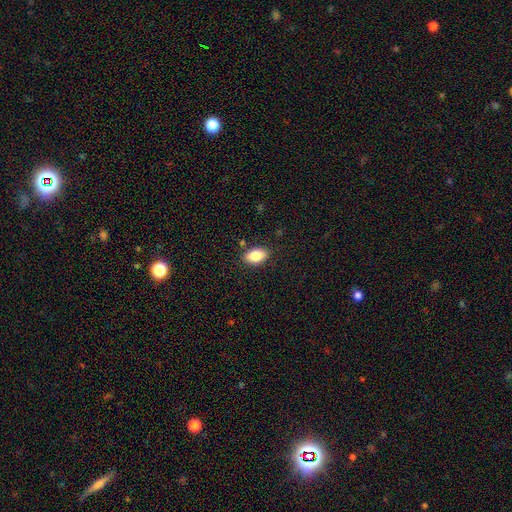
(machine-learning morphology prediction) A smooth galaxy with no disk features (82%) that is in between round and cigar-shaped (89%).

Vote fractions:
- Smooth or featured? smooth: 82% / featured or disk: 10% / star or artifact: 8%
- How rounded? in between: 89% / round: 9% / cigar-shaped: 2%
- Merging? none: 85% / minor disturbance: 10% / major disturbance: 2% / merger: 2%